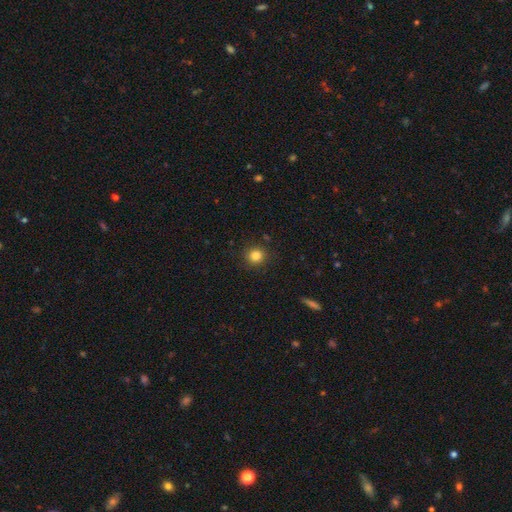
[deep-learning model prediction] smooth 83%, star or artifact 12%, featured or disk 5%. Down the decision tree: how rounded — round (89%); merging — none (89%).